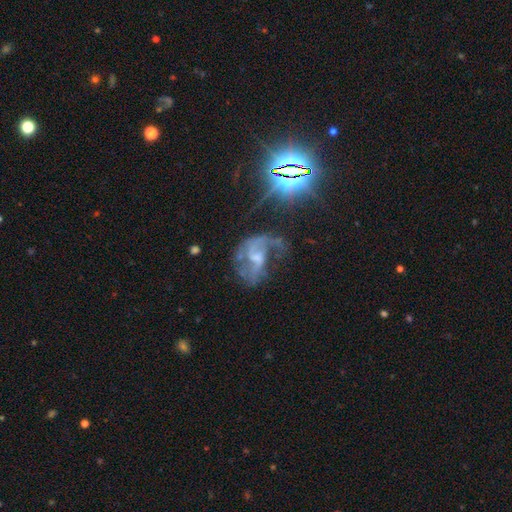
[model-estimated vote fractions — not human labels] Morphology: type=featured or disk (74%); edge-on=no (97%); bar=weak (45%); spiral arms=yes (84%); winding=loose (54%); arm count=2 (65%); bulge=small (42%); merging=none (37%, tied with major disturbance).